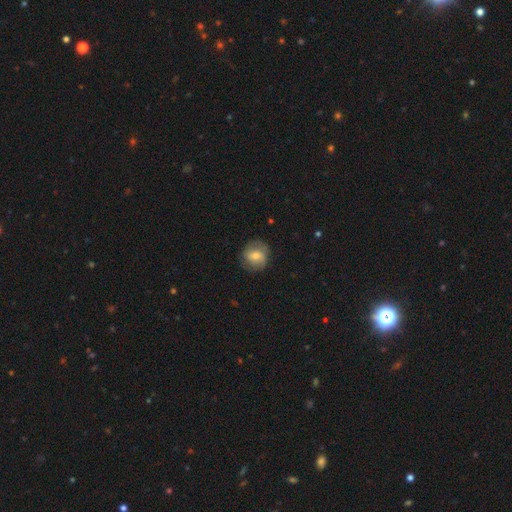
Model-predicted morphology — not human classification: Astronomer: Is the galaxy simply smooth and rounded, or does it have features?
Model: smooth — 55% (runner-up: featured or disk, 36%).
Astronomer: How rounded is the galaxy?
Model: round — 81%.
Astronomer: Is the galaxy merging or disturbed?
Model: none — 78%.